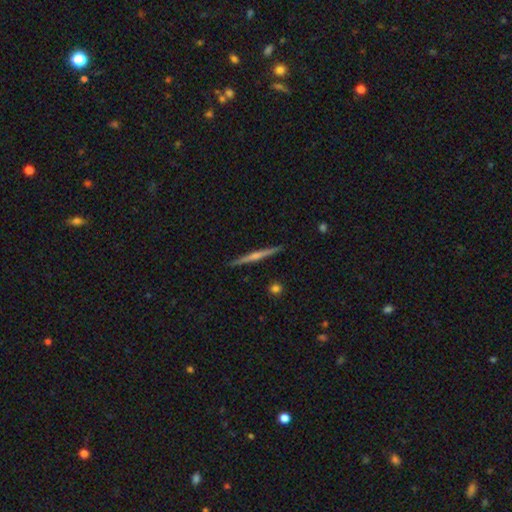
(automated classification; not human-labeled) This appears to be a featured or disk galaxy (72%) viewed edge-on (97%) with a rounded central bulge (69%). Merging: none (91%).